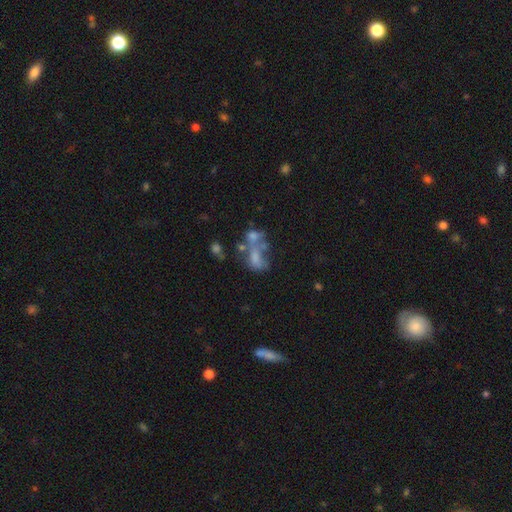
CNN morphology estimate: Smooth or featured? featured or disk (41%, tied with smooth)
Merging? merger (47%)